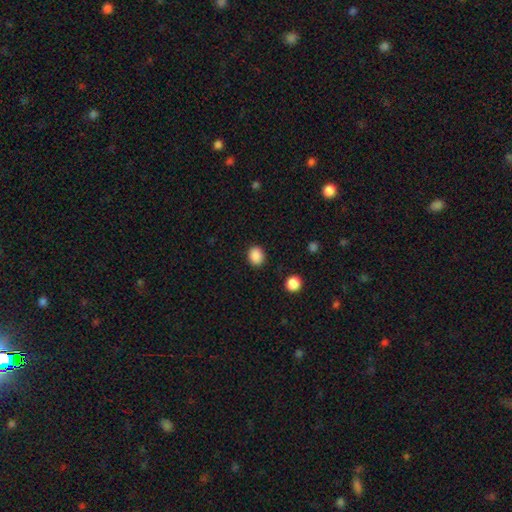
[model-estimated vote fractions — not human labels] The model was most divided on "how rounded": round: 60%, in between: 39%, cigar-shaped: 1%. More confident: merging — none (89%); smooth or featured — smooth (88%).